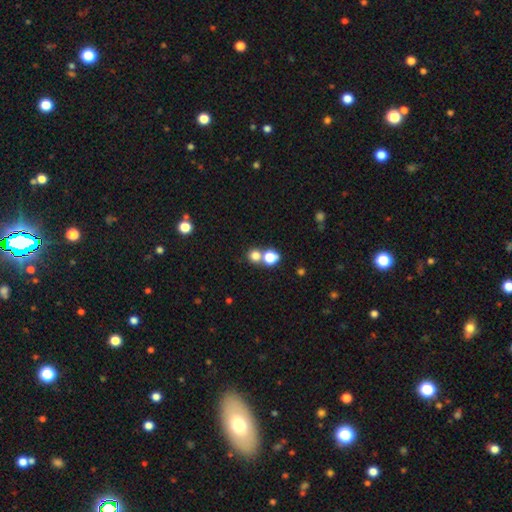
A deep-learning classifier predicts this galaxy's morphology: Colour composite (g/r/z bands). It shows a smooth galaxy with no disk features (75%) that is round (88%). Merging: none (56%).